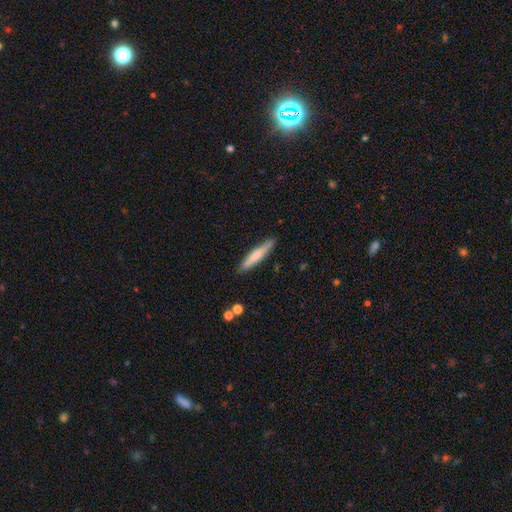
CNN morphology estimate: type=smooth (63%); roundness=cigar-shaped (91%); merging=none (87%).